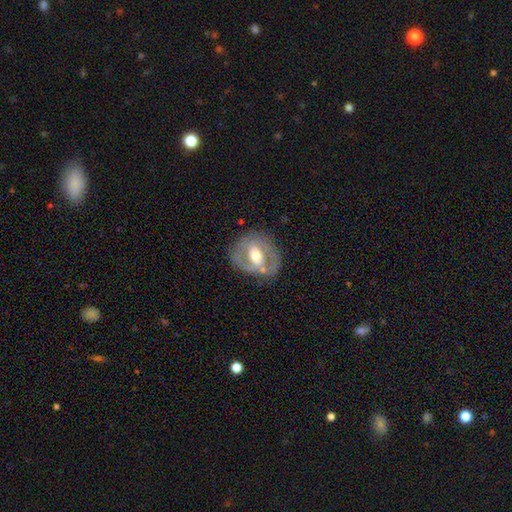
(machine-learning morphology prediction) Q: Smooth or featured?
A: featured or disk (68%); runner-up: smooth (27%)
Q: Edge-on disk?
A: no (95%); runner-up: yes (5%)
Q: Bar?
A: weak (38%); runner-up: no (33%)
Q: Spiral arms?
A: no (54%); runner-up: yes (46%)
Q: Bulge size?
A: moderate (71%); runner-up: small (14%)
Q: Merging?
A: none (69%); runner-up: minor disturbance (19%)